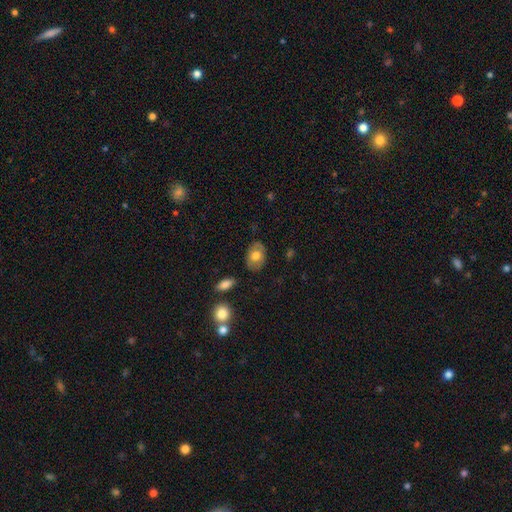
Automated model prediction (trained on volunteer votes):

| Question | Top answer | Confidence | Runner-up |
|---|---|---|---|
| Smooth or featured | smooth | 66% | featured or disk (28%) |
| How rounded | in between | 80% | round (19%) |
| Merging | none | 80% | minor disturbance (15%) |